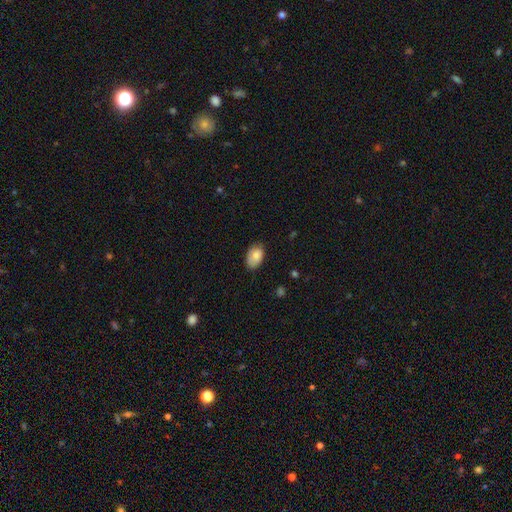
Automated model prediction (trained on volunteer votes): A smooth galaxy with no disk features (80%) that is in between round and cigar-shaped (90%).

Vote fractions:
- Smooth or featured? smooth: 80% / featured or disk: 13% / star or artifact: 7%
- How rounded? in between: 90% / round: 9% / cigar-shaped: 1%
- Merging? none: 69% / minor disturbance: 25% / major disturbance: 4% / merger: 1%